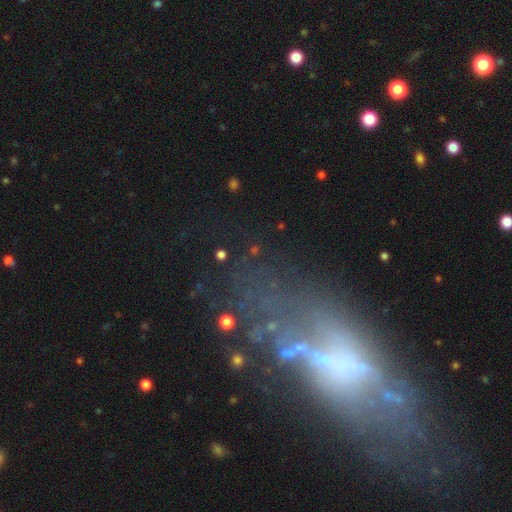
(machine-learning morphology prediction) A featured or disk galaxy (51%). Merging: none (42%).